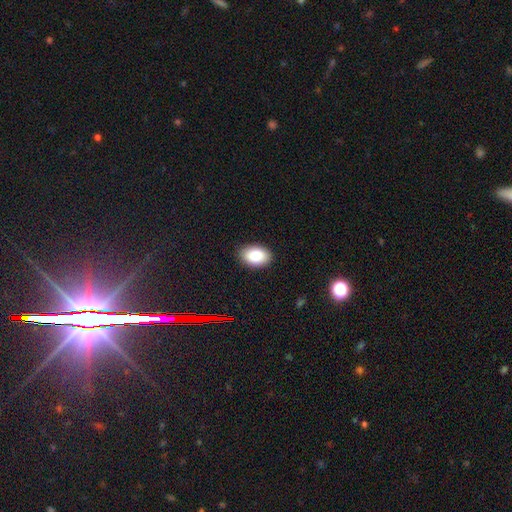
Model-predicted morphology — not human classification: A smooth galaxy with no disk features (84%) that is in between round and cigar-shaped (88%).

Vote fractions:
- Smooth or featured? smooth: 84% / featured or disk: 8% / star or artifact: 8%
- How rounded? in between: 88% / round: 11% / cigar-shaped: 1%
- Merging? none: 89% / minor disturbance: 9% / major disturbance: 2% / merger: 1%